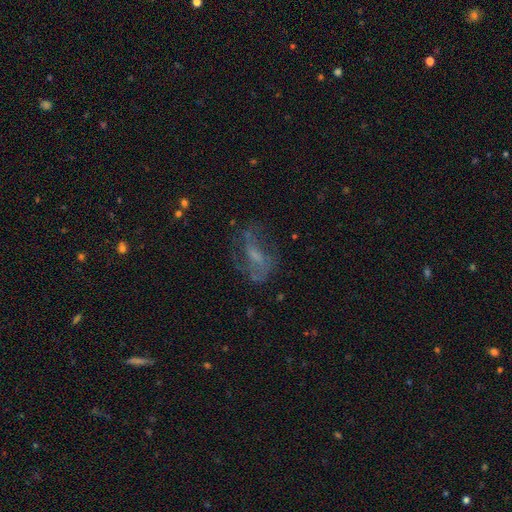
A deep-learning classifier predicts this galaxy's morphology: Smooth or featured?
  - featured or disk: 60% *
  - smooth: 23%
  - star or artifact: 16%
Edge-on disk?
  - no: 94% *
  - yes: 6%
Bar?
  - no: 44% *
  - weak: 41%
  - strong: 15%
Spiral arms?
  - yes: 65% *
  - no: 35%
Bulge size?
  - small: 35% *
  - none: 32%
  - moderate: 27%
  - large: 5%
  - dominant: 1%
Merging?
  - none: 54% *
  - major disturbance: 25%
  - minor disturbance: 19%
  - merger: 3%